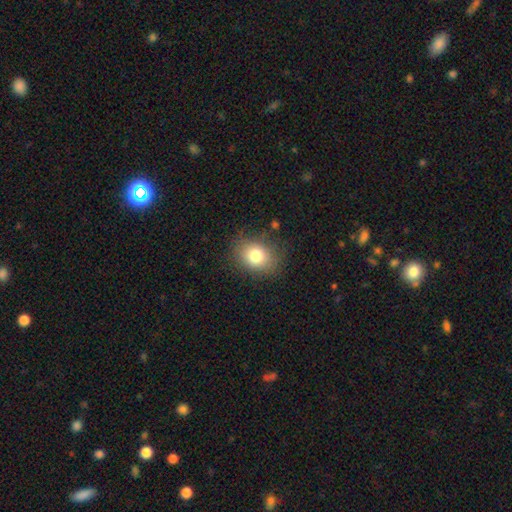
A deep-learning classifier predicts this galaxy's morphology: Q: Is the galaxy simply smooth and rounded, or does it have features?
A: smooth — 79%.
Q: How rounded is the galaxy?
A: in between — 52%.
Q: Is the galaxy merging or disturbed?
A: none — 82%.